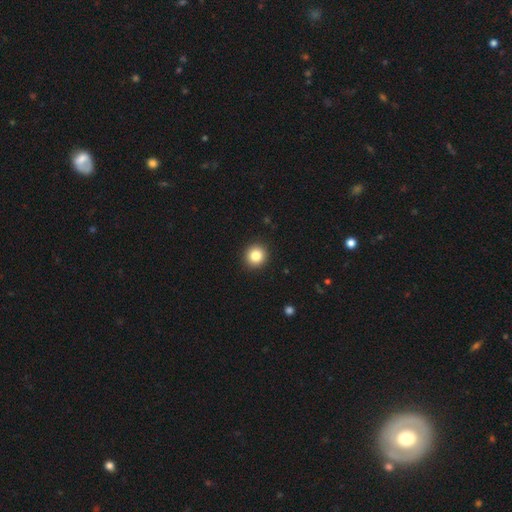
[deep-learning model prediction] smooth-or-featured: smooth: 84% | star or artifact: 10% | featured or disk: 6%
  how-rounded: round: 92% | in between: 7% | cigar-shaped: 1%
  merging: none: 93% | minor disturbance: 5% | major disturbance: 2% | merger: 1%